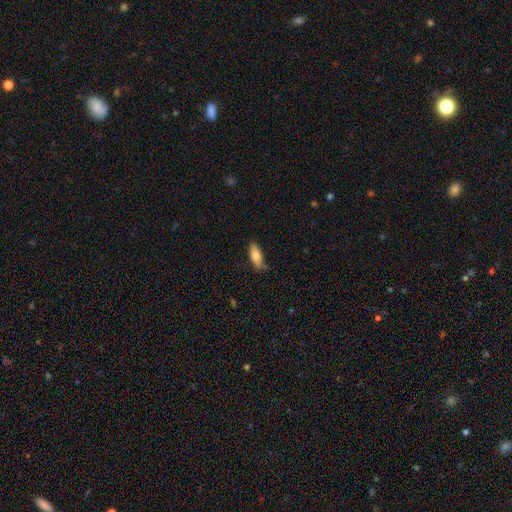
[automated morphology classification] smooth_or_featured: smooth (p=0.79) [alt: featured or disk p=0.15]
how_rounded: in between (p=0.72) [alt: cigar-shaped p=0.26]
merging: none (p=0.69) [alt: minor disturbance p=0.25]